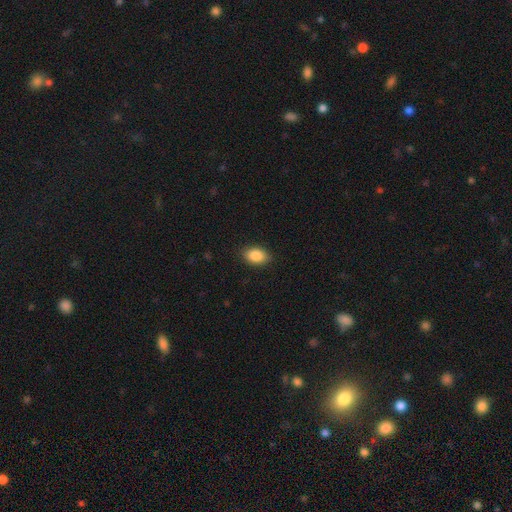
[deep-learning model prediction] A smooth galaxy with no disk features (89%) that is in between round and cigar-shaped (88%).

Vote fractions:
- Smooth or featured? smooth: 89% / star or artifact: 7% / featured or disk: 4%
- How rounded? in between: 88% / round: 10% / cigar-shaped: 2%
- Merging? none: 87% / minor disturbance: 10% / major disturbance: 2% / merger: 1%